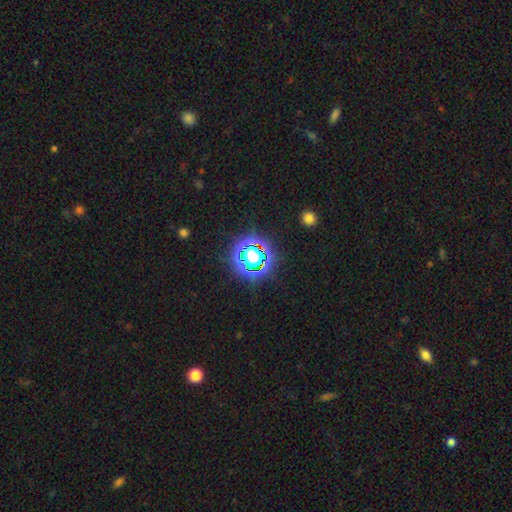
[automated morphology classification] Overall: star or artifact (77%).